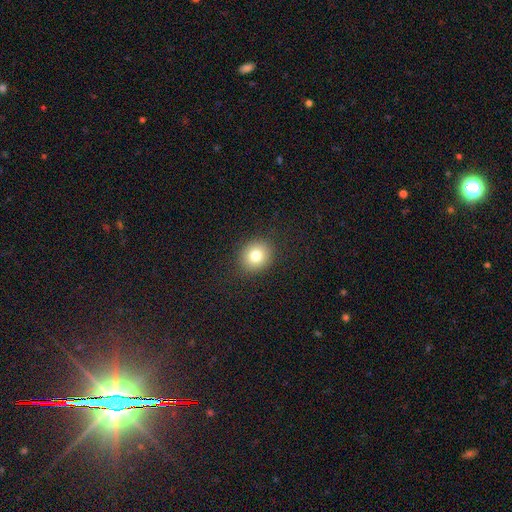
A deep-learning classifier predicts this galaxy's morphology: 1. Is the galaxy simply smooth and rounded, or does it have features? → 80% smooth, 11% star or artifact, 9% featured or disk.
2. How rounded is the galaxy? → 78% round, 21% in between, 1% cigar-shaped.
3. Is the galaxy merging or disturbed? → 89% none, 7% minor disturbance, 3% major disturbance, 1% merger.